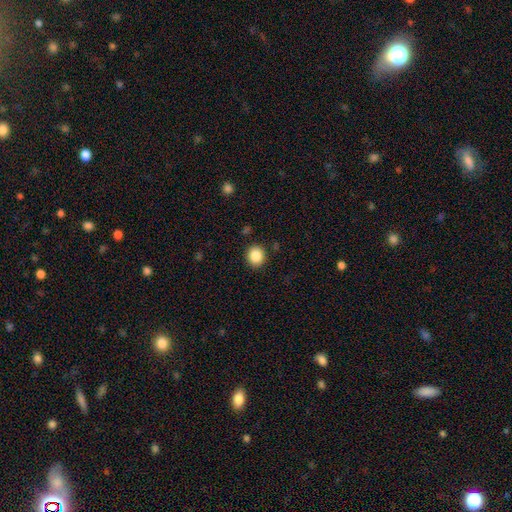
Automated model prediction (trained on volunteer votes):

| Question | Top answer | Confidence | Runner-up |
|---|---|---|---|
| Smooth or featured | smooth | 87% | star or artifact (9%) |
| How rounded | round | 81% | in between (18%) |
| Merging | none | 89% | minor disturbance (7%) |